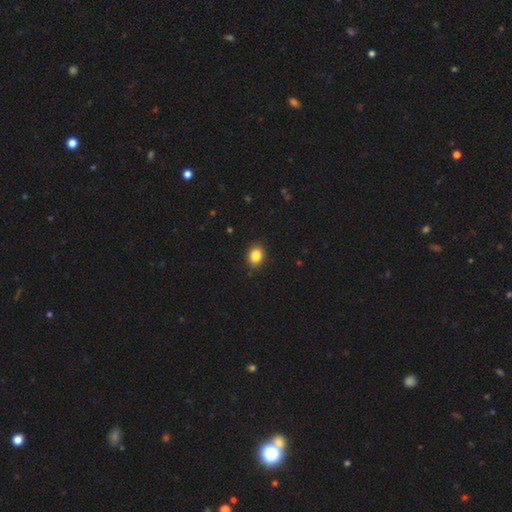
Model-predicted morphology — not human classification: Smooth or featured?
  - smooth: 86% *
  - star or artifact: 10%
  - featured or disk: 5%
How rounded?
  - in between: 50% *
  - round: 49%
  - cigar-shaped: 1%
Merging?
  - none: 89% *
  - minor disturbance: 8%
  - major disturbance: 2%
  - merger: 1%